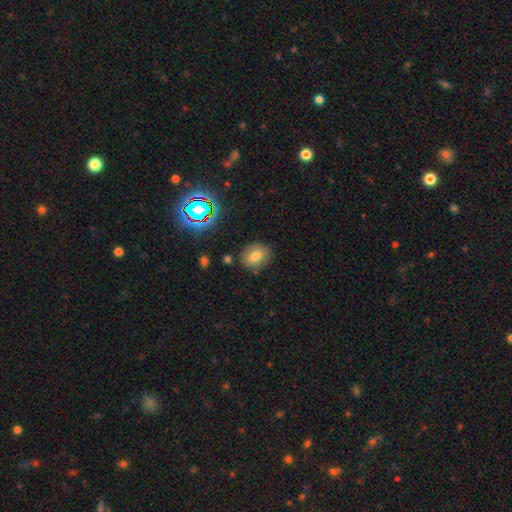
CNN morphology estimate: smooth-or-featured: smooth: 74% | star or artifact: 14% | featured or disk: 12%
  how-rounded: round: 53% | in between: 45% | cigar-shaped: 1%
  merging: none: 83% | minor disturbance: 11% | major disturbance: 3% | merger: 3%